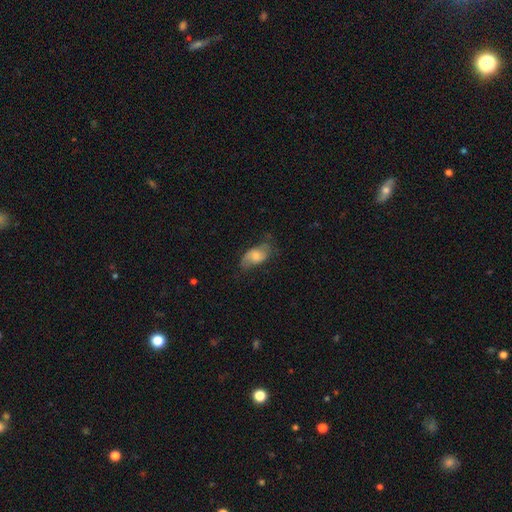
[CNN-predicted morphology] A smooth galaxy with no disk features (56%) that is in between round and cigar-shaped (91%).

Vote fractions:
- Smooth or featured? smooth: 56% / featured or disk: 36% / star or artifact: 8%
- How rounded? in between: 91% / round: 6% / cigar-shaped: 3%
- Merging? none: 53% / minor disturbance: 31% / major disturbance: 15% / merger: 2%